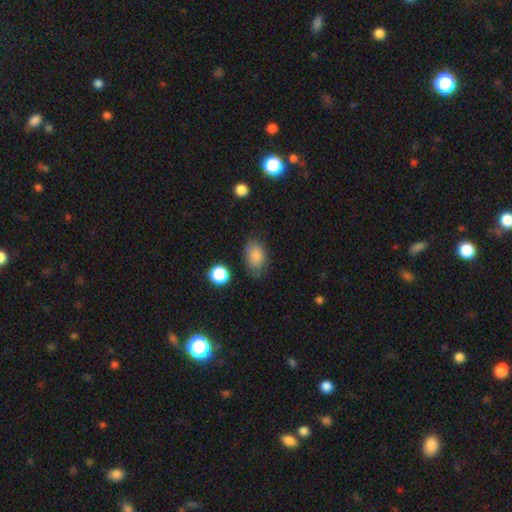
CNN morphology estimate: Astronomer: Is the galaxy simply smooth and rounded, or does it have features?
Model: smooth — 81%.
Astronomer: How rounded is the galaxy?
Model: in between — 86%.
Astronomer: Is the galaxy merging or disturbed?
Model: none — 70%.